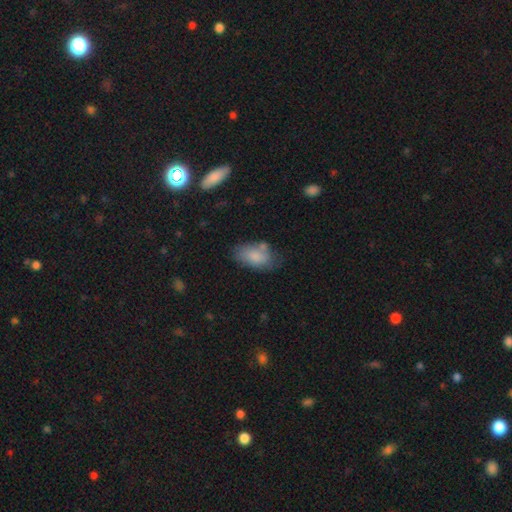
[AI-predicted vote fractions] A smooth galaxy with no disk features (81%) that is in between round and cigar-shaped (92%). Merging: none (56%).